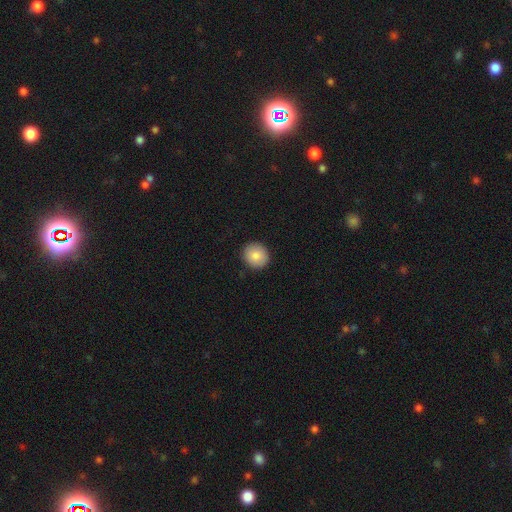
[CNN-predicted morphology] A smooth galaxy with no disk features (85%) that is round (88%). Merging: none (91%).